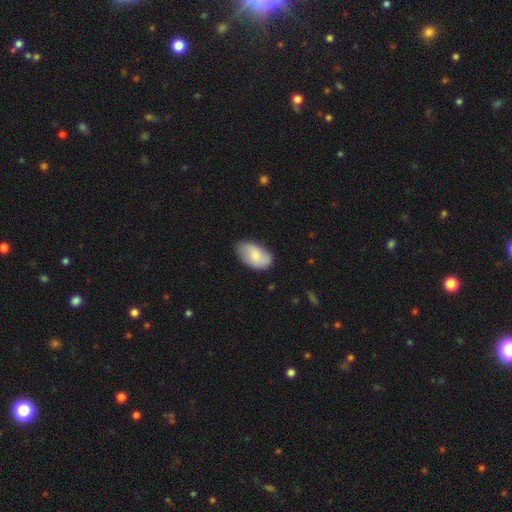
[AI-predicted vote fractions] smooth_or_featured: smooth (p=0.76) [alt: featured or disk p=0.18]
how_rounded: in between (p=0.94) [alt: round p=0.05]
merging: none (p=0.68) [alt: minor disturbance p=0.26]